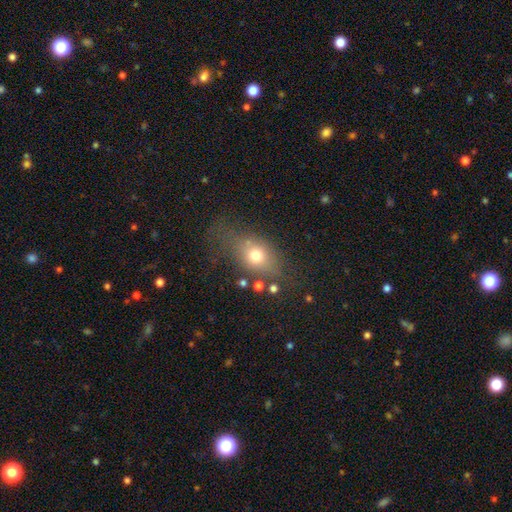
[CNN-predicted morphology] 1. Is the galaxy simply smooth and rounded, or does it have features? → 68% smooth, 19% featured or disk, 12% star or artifact.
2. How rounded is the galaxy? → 65% in between, 29% round, 6% cigar-shaped.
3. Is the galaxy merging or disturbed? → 53% none, 23% minor disturbance, 18% major disturbance, 6% merger.